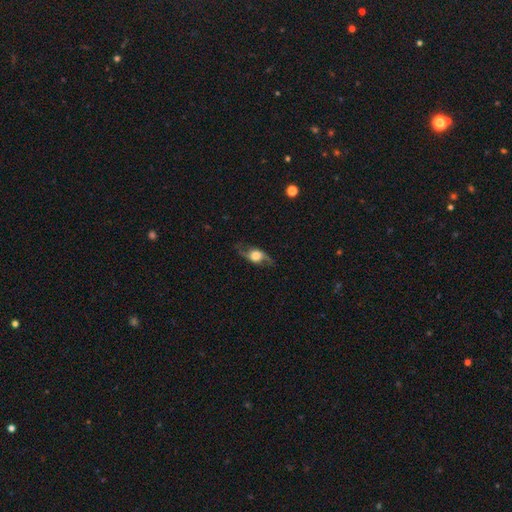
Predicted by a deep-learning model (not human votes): A featured or disk galaxy (64%).

Vote fractions:
- Smooth or featured? featured or disk: 64% / smooth: 28% / star or artifact: 8%
- Edge-on disk? no: 64% / yes: 36%
- Merging? none: 74% / minor disturbance: 16% / major disturbance: 9% / merger: 1%